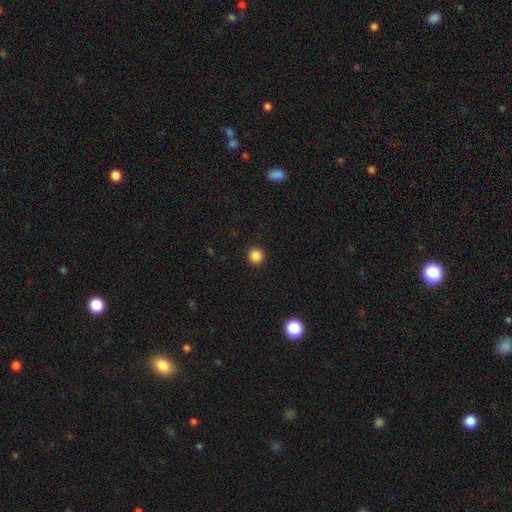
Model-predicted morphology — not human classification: smooth-or-featured: smooth: 86% | star or artifact: 11% | featured or disk: 3%
  how-rounded: round: 94% | in between: 5% | cigar-shaped: 1%
  merging: none: 93% | minor disturbance: 4% | major disturbance: 2% | merger: 1%